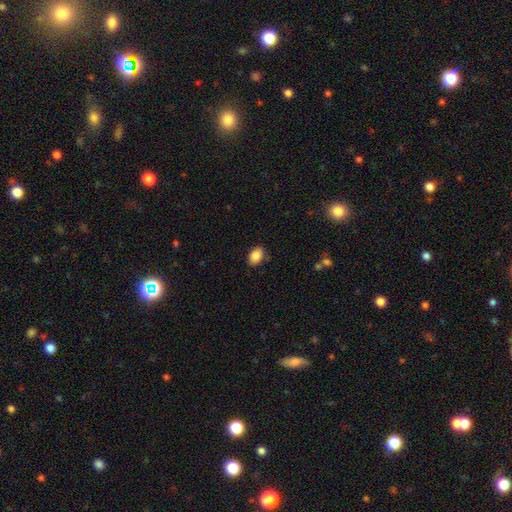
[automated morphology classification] smooth 86%, star or artifact 8%, featured or disk 6%. Down the decision tree: how rounded — in between (84%); merging — none (84%).